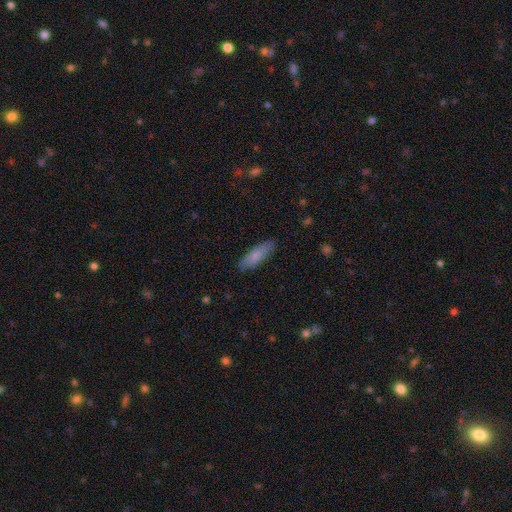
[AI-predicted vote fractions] Morphology: type=smooth (82%); roundness=cigar-shaped (52%); merging=none (85%).